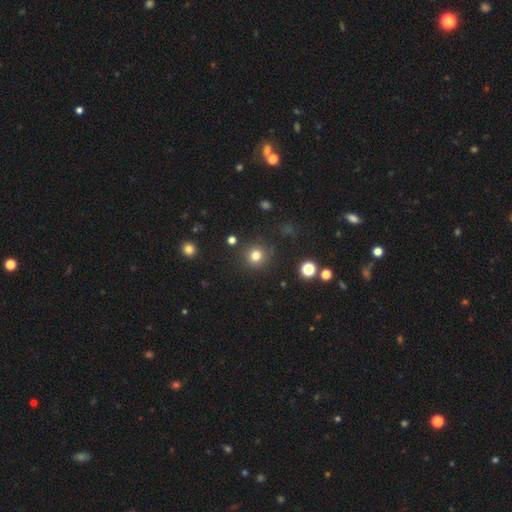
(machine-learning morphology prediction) smooth-or-featured: smooth: 79% | star or artifact: 15% | featured or disk: 6%
  how-rounded: round: 93% | in between: 6% | cigar-shaped: 1%
  merging: none: 88% | minor disturbance: 7% | major disturbance: 3% | merger: 2%